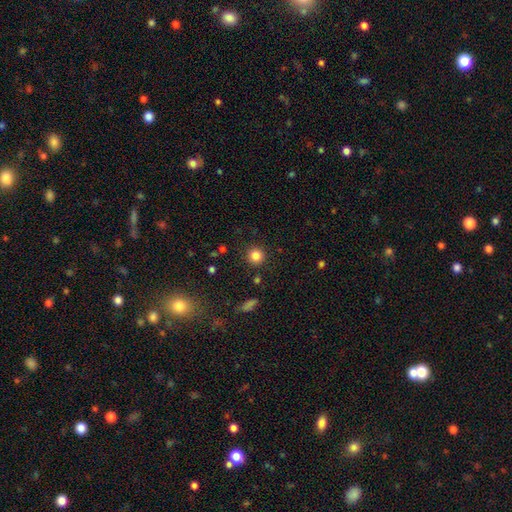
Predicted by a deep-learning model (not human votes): Smooth or featured? Predicted: smooth (p=0.82). How rounded? Predicted: round (p=0.94). Merging? Predicted: none (p=0.90).